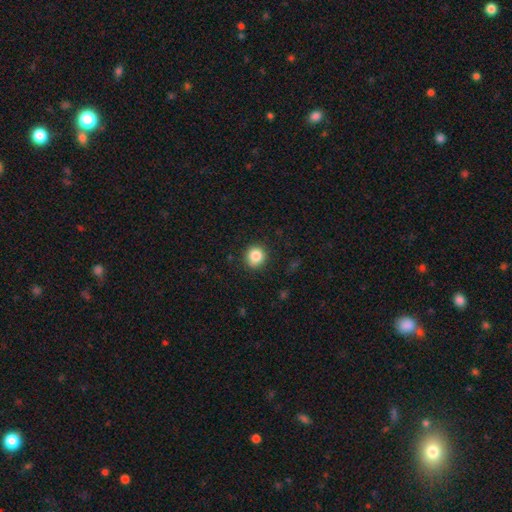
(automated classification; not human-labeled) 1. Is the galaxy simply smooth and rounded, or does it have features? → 86% smooth, 10% star or artifact, 5% featured or disk.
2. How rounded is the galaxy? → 88% round, 11% in between, 1% cigar-shaped.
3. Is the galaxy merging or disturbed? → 87% none, 9% minor disturbance, 2% major disturbance, 1% merger.